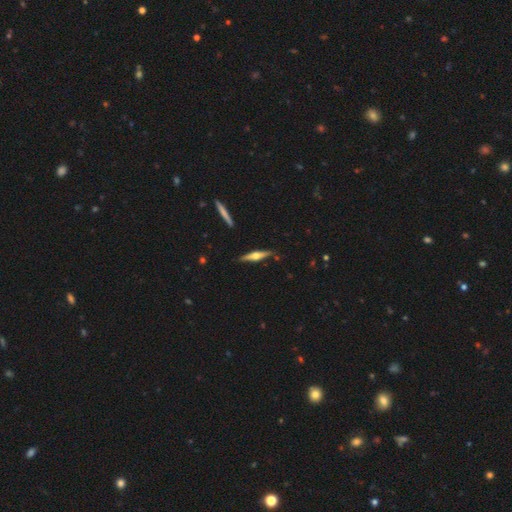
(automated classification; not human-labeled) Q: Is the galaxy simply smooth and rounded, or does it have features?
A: featured or disk — 67%.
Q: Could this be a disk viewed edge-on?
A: yes — 96%.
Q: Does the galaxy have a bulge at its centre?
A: rounded — 92%.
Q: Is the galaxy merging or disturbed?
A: none — 86%.